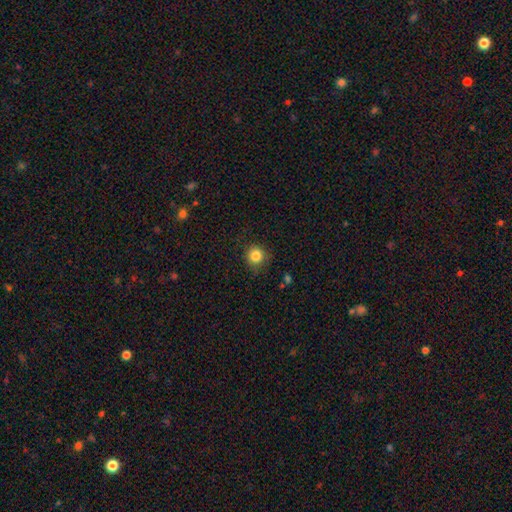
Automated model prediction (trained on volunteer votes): Overall: smooth (84%). How rounded: round (91%). Merging: none (82%).